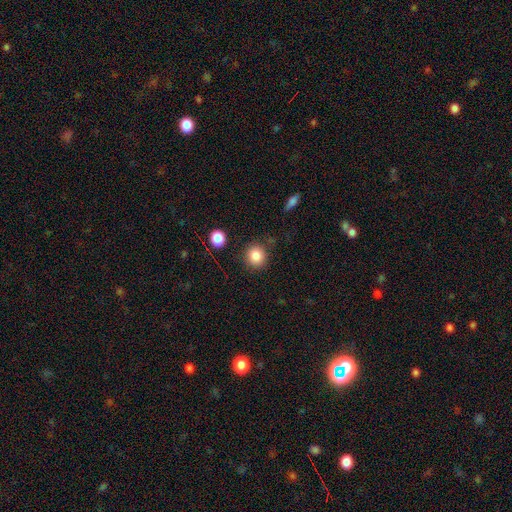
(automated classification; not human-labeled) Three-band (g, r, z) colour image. It shows a smooth galaxy with no disk features (85%) that is round (89%). Merging: none (86%).